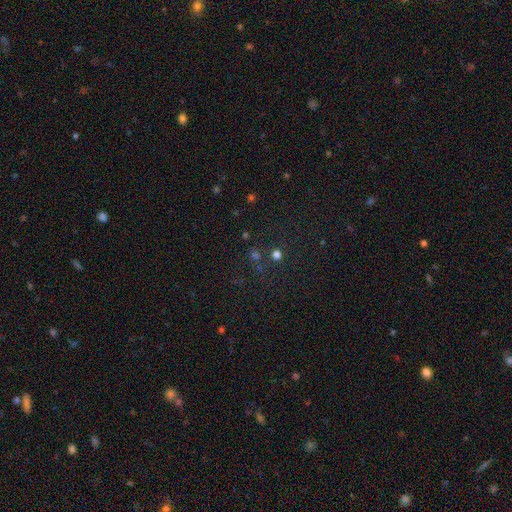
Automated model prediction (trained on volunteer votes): Q: Smooth or featured?
A: star or artifact (55%); runner-up: smooth (36%)